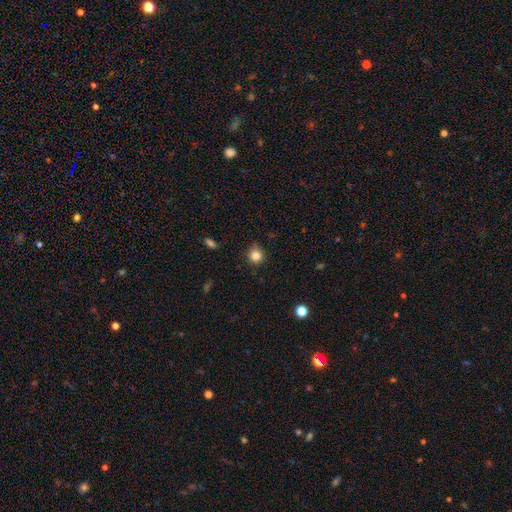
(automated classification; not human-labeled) Q: Smooth or featured?
A: smooth (84%); runner-up: star or artifact (11%)
Q: How rounded?
A: round (89%); runner-up: in between (10%)
Q: Merging?
A: none (82%); runner-up: minor disturbance (14%)